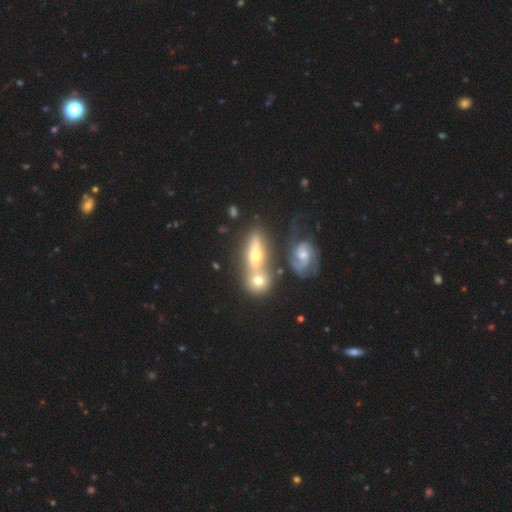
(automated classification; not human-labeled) smooth-or-featured: featured or disk: 53% | smooth: 34% | star or artifact: 13%
  disk-edge-on: no: 59% | yes: 41%
  merging: merger: 51% | none: 35% | minor disturbance: 9% | major disturbance: 5%